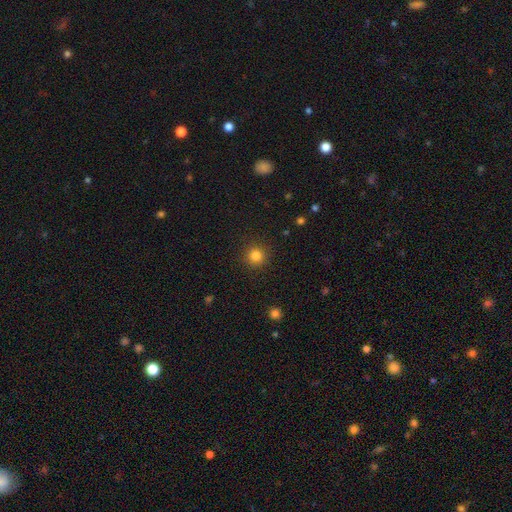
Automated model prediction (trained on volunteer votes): smooth 83%, star or artifact 13%, featured or disk 5%. Down the decision tree: how rounded — round (94%); merging — none (91%).